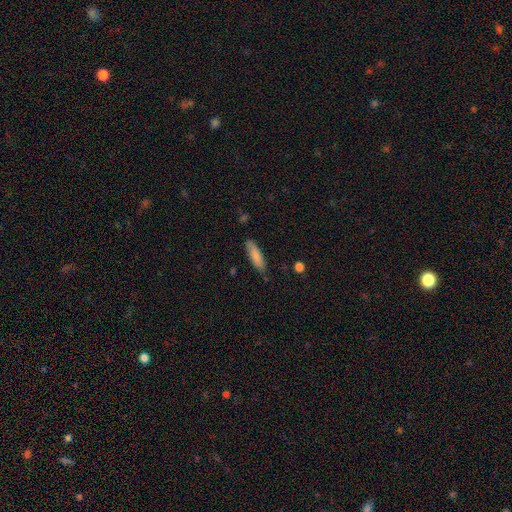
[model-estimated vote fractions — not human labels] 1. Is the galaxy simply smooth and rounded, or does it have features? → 83% smooth, 11% featured or disk, 6% star or artifact.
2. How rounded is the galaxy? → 58% cigar-shaped, 41% in between, 1% round.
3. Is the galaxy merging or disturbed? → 81% none, 14% minor disturbance, 2% major disturbance, 2% merger.